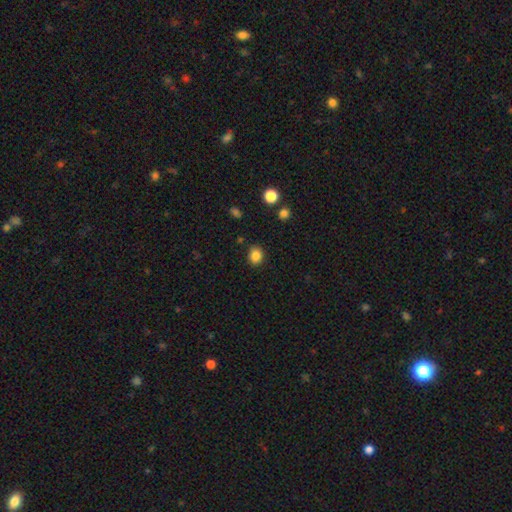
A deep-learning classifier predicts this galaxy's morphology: A smooth galaxy with no disk features (85%) that is round (64%). Merging: none (83%).